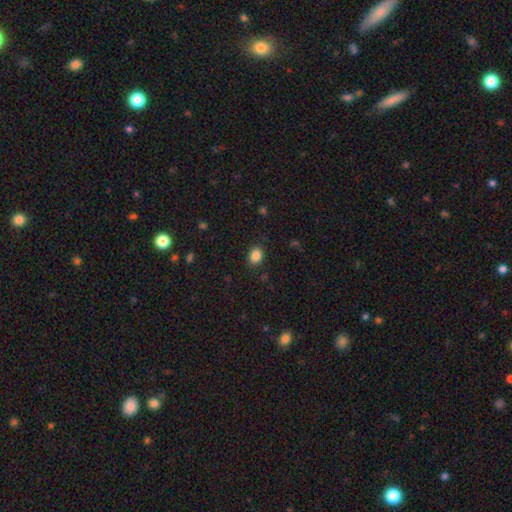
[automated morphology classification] A smooth galaxy with no disk features (86%) that is in between round and cigar-shaped (54%).

Vote fractions:
- Smooth or featured? smooth: 86% / star or artifact: 10% / featured or disk: 4%
- How rounded? in between: 54% / round: 45% / cigar-shaped: 1%
- Merging? none: 88% / minor disturbance: 9% / major disturbance: 3% / merger: 1%